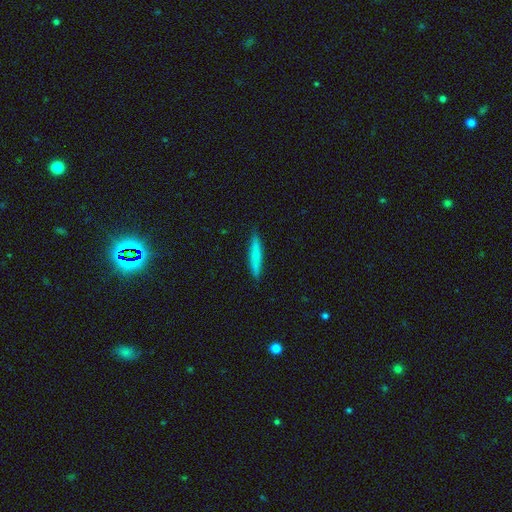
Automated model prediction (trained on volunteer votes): A smooth galaxy with no disk features (72%) that is cigar-shaped (93%).

Vote fractions:
- Smooth or featured? smooth: 72% / featured or disk: 22% / star or artifact: 6%
- How rounded? cigar-shaped: 93% / in between: 5% / round: 1%
- Merging? none: 88% / minor disturbance: 9% / major disturbance: 2% / merger: 1%